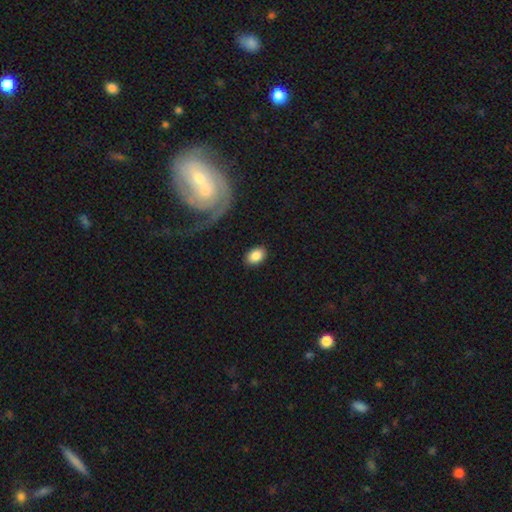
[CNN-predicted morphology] smooth_or_featured: smooth (p=0.86) [alt: featured or disk p=0.07]
how_rounded: in between (p=0.82) [alt: round p=0.17]
merging: none (p=0.86) [alt: minor disturbance p=0.09]